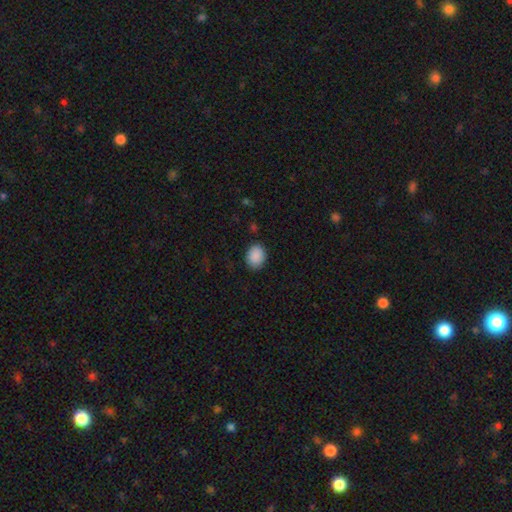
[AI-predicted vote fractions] Q: Smooth or featured?
A: smooth (90%); runner-up: star or artifact (7%)
Q: How rounded?
A: in between (50%); tied with: round (50%)
Q: Merging?
A: none (85%); runner-up: minor disturbance (11%)